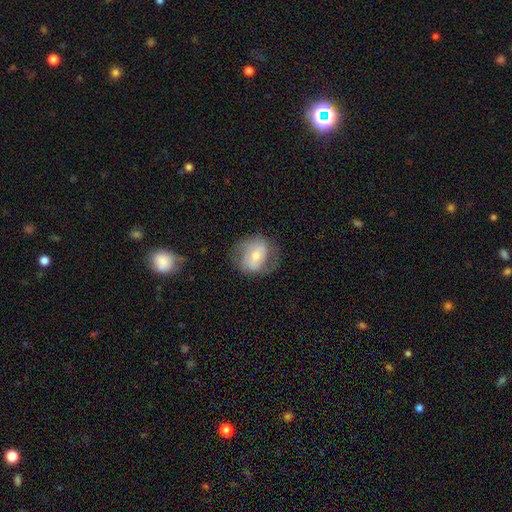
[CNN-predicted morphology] This appears to be a featured or disk galaxy (53%) with a weak bar (38%, tied with no), spiral arms (73%) and a moderate central bulge (54%). Merging: none (65%).